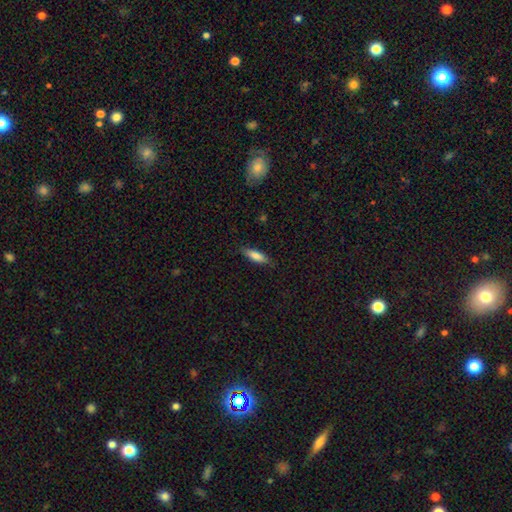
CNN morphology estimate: Smooth or featured?
  - smooth: 78% *
  - featured or disk: 15%
  - star or artifact: 6%
How rounded?
  - cigar-shaped: 51% *
  - in between: 47%
  - round: 2%
Merging?
  - none: 83% *
  - minor disturbance: 13%
  - major disturbance: 3%
  - merger: 1%